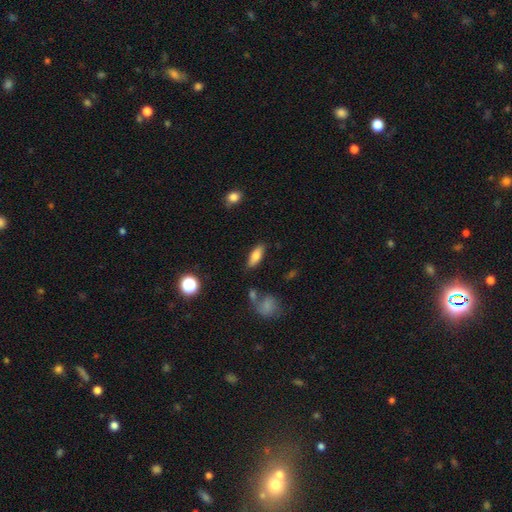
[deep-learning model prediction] This is likely a smooth galaxy (76%). How rounded: likely in between (70%). Merging: clearly none (83%).